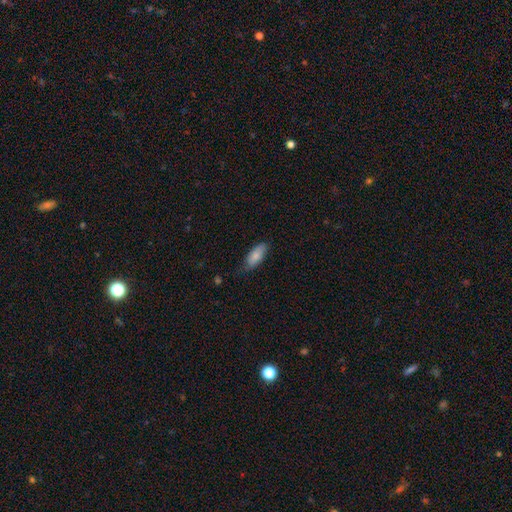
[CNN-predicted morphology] Overall: smooth (83%). How rounded: in between (83%). Merging: none (67%).